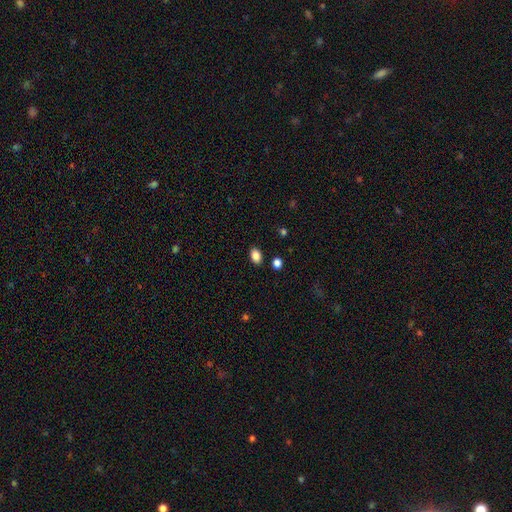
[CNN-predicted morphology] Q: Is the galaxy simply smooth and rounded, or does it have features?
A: smooth — 86%.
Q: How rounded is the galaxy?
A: in between — 80%.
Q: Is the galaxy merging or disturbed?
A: none — 87%.